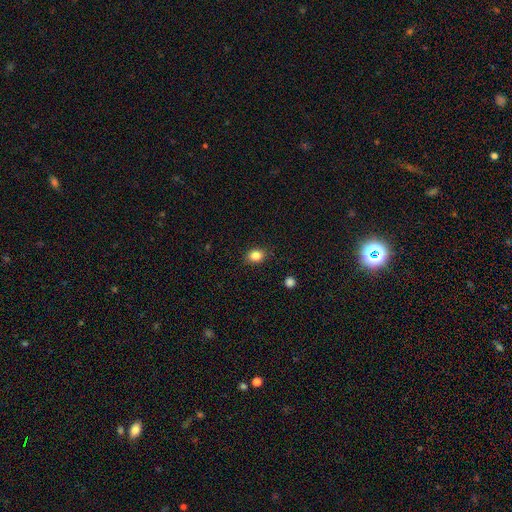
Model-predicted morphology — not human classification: The model was most divided on "how rounded": in between: 55%, round: 44%, cigar-shaped: 1%. More confident: merging — none (87%); smooth or featured — smooth (85%).